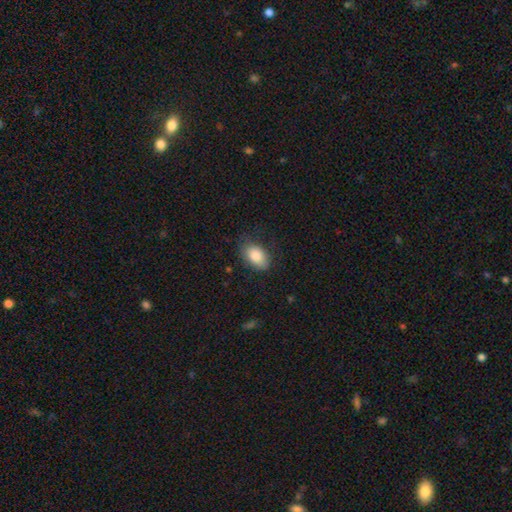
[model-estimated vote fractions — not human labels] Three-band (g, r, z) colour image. It shows a smooth galaxy with no disk features (84%) that is in between round and cigar-shaped (90%). Merging: none (71%).